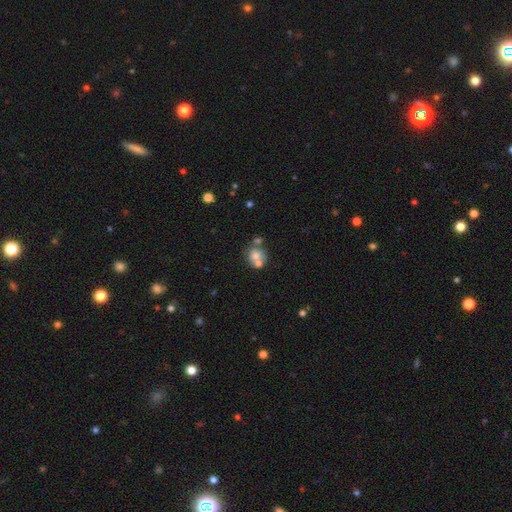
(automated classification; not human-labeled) Q: Smooth or featured?
A: smooth (67%); runner-up: featured or disk (22%)
Q: How rounded?
A: round (76%); runner-up: in between (23%)
Q: Merging?
A: merger (43%); runner-up: none (41%)